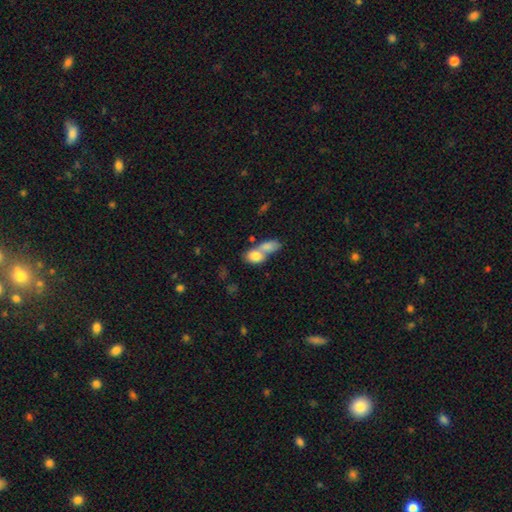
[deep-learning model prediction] smooth 79%, featured or disk 14%, star or artifact 8%. Down the decision tree: how rounded — in between (72%); merging — merger (68%).